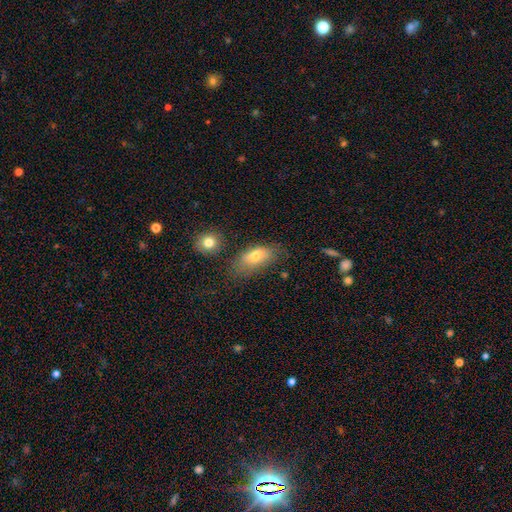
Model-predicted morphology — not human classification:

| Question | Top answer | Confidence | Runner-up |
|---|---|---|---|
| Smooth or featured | smooth | 73% | featured or disk (18%) |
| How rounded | in between | 85% | cigar-shaped (8%) |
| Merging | none | 60% | minor disturbance (24%) |